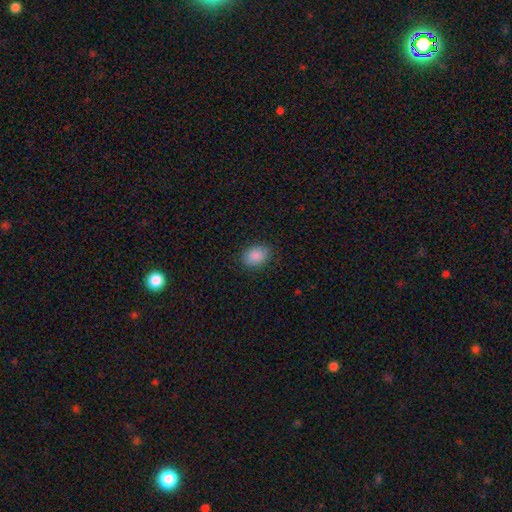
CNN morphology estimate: A smooth galaxy with no disk features (88%) that is in between round and cigar-shaped (67%). Merging: none (85%).